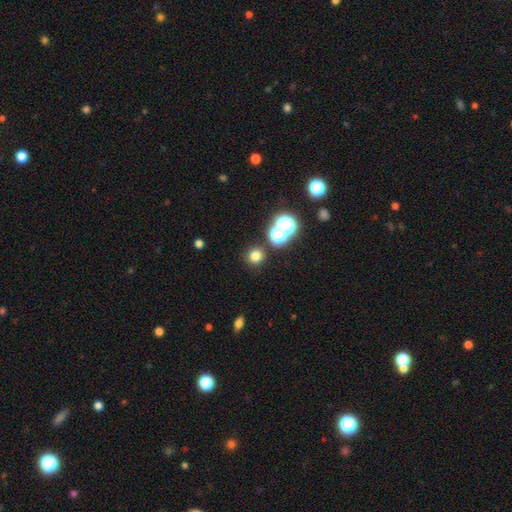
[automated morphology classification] type=smooth (71%); roundness=round (91%); merging=none (82%).